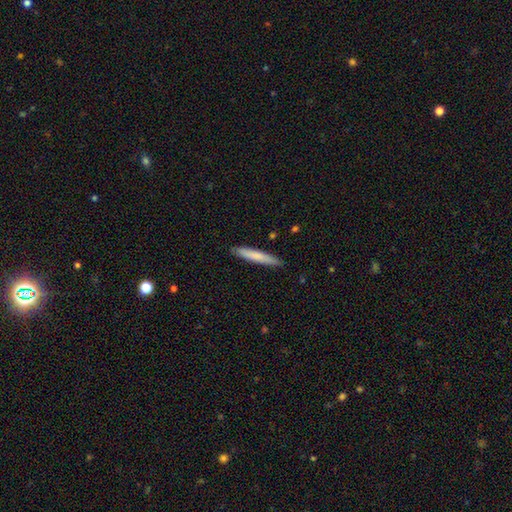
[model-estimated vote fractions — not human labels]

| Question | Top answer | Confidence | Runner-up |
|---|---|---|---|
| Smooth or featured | smooth | 74% | featured or disk (20%) |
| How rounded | cigar-shaped | 94% | in between (5%) |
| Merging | none | 90% | minor disturbance (8%) |